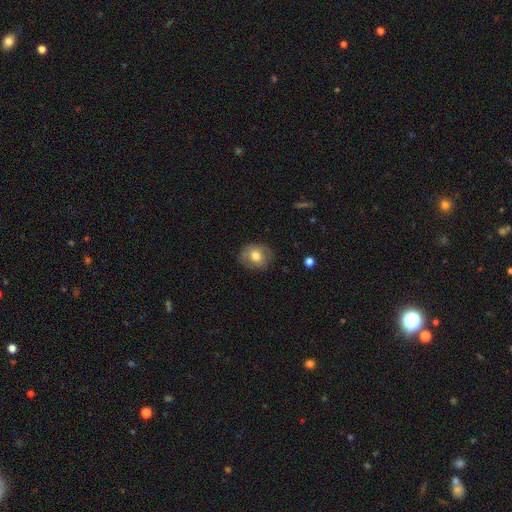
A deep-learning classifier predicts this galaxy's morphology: Smooth or featured? smooth (71%)
How rounded? round (67%)
Merging? none (80%)